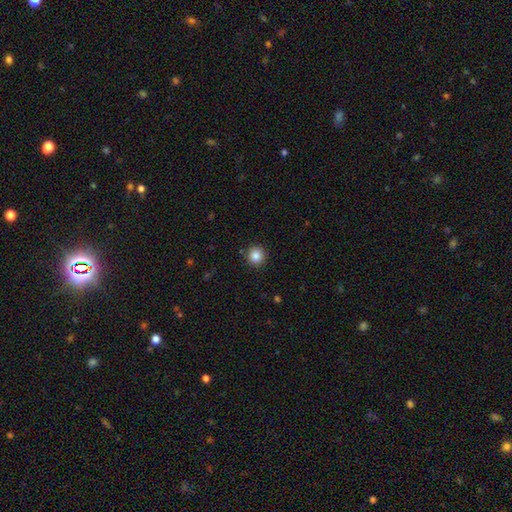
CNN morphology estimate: A smooth galaxy with no disk features (85%) that is round (94%).

Vote fractions:
- Smooth or featured? smooth: 85% / star or artifact: 10% / featured or disk: 5%
- How rounded? round: 94% / in between: 5% / cigar-shaped: 1%
- Merging? none: 92% / minor disturbance: 5% / major disturbance: 2% / merger: 1%